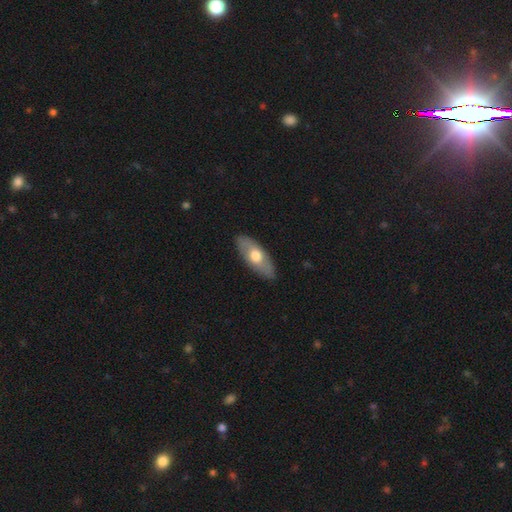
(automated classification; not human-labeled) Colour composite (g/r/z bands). It shows a smooth galaxy with no disk features (59%) that is in between round and cigar-shaped (78%). Merging: none (86%).